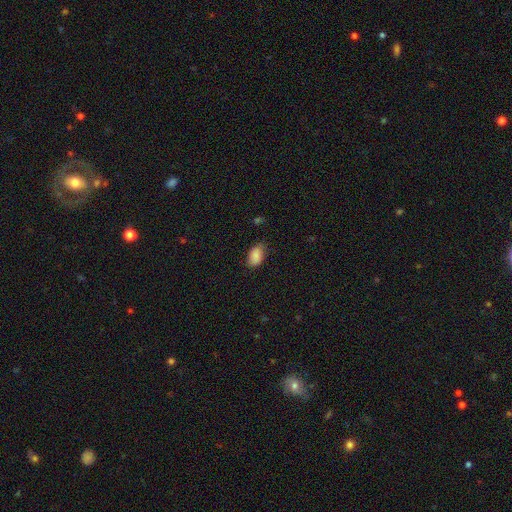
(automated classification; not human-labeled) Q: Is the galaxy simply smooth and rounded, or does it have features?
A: smooth — 88%.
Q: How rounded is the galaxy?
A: in between — 91%.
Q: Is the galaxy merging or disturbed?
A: none — 73%.